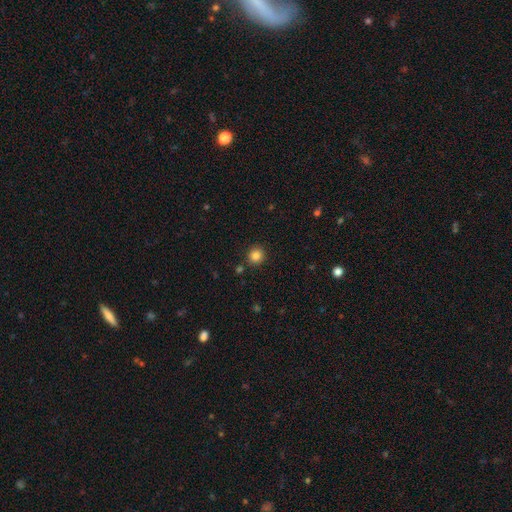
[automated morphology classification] This is clearly a smooth galaxy (84%). How rounded: clearly round (92%). Merging: clearly none (88%).